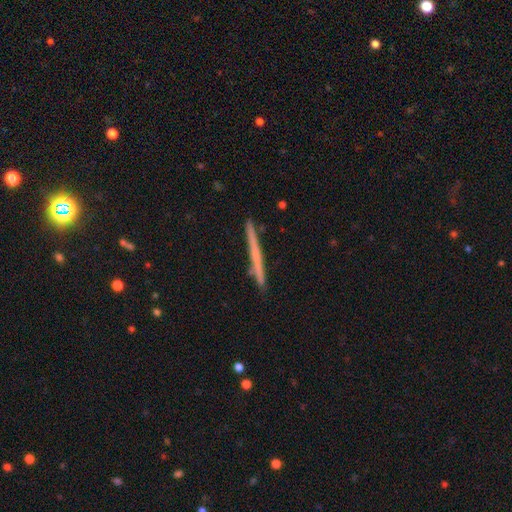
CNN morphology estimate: smooth-or-featured: featured or disk: 49% | smooth: 45% | star or artifact: 6%
  merging: none: 91% | minor disturbance: 7% | merger: 1% | major disturbance: 1%